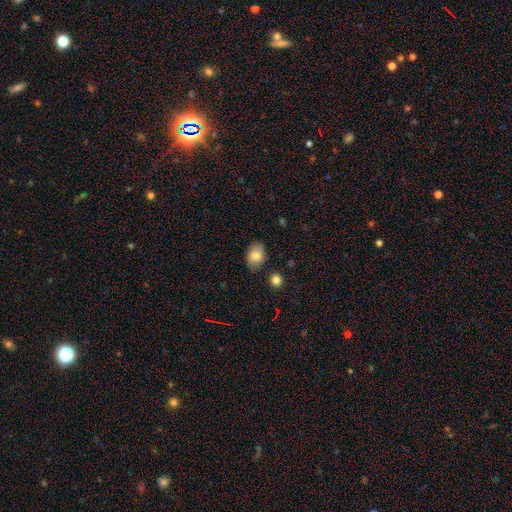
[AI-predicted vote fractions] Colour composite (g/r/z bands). It shows a smooth galaxy with no disk features (80%) that is in between round and cigar-shaped (78%). Merging: none (81%).